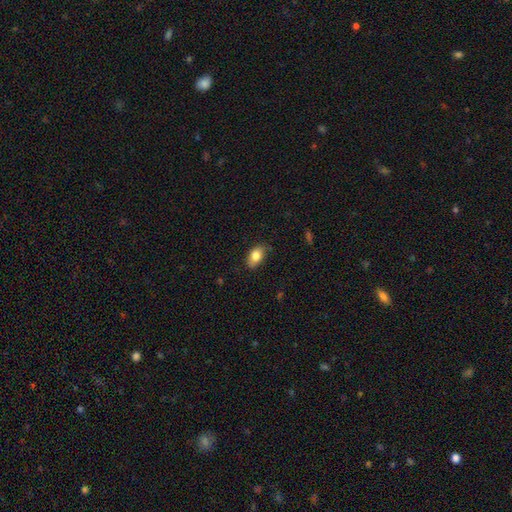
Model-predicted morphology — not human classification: The model was most divided on "merging": none: 76%, minor disturbance: 19%, major disturbance: 3%, merger: 1%. More confident: how rounded — in between (89%); smooth or featured — smooth (81%).